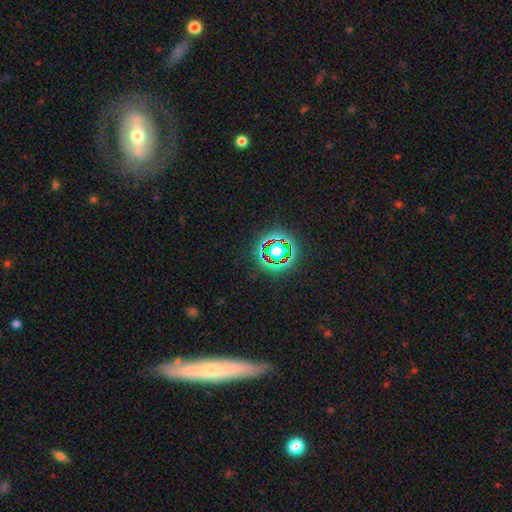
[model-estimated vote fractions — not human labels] This is likely a star or artifact rather than a galaxy (62%).